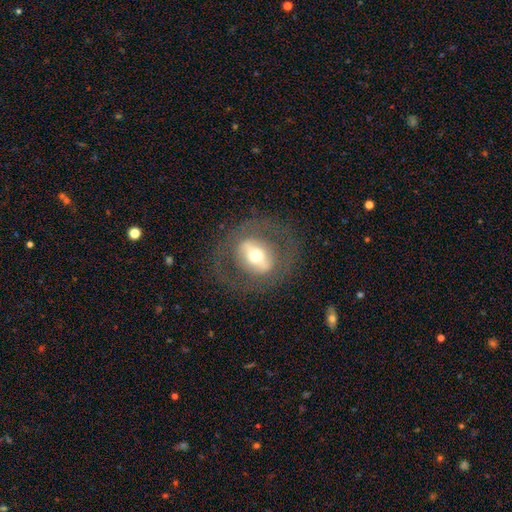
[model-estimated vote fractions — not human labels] The model was most divided on "bar": strong: 41%, no: 33%, weak: 26%. More confident: edge-on disk — no (88%); spiral arms — no (82%); merging — none (75%); bulge size — moderate (63%); smooth or featured — featured or disk (57%).